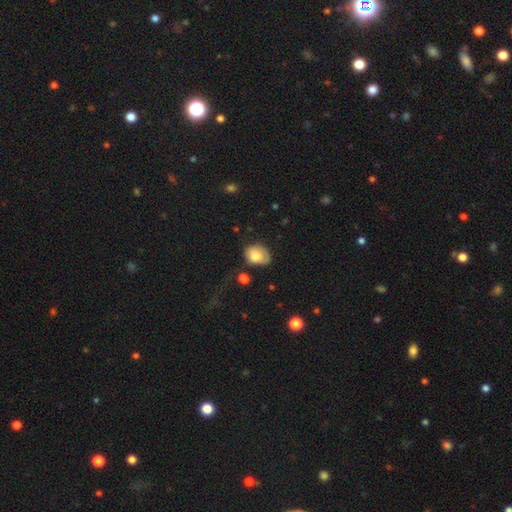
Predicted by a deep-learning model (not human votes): smooth_or_featured: smooth (p=0.73) [alt: featured or disk p=0.20]
how_rounded: in between (p=0.66) [alt: round p=0.33]
merging: none (p=0.49) [alt: minor disturbance p=0.34]